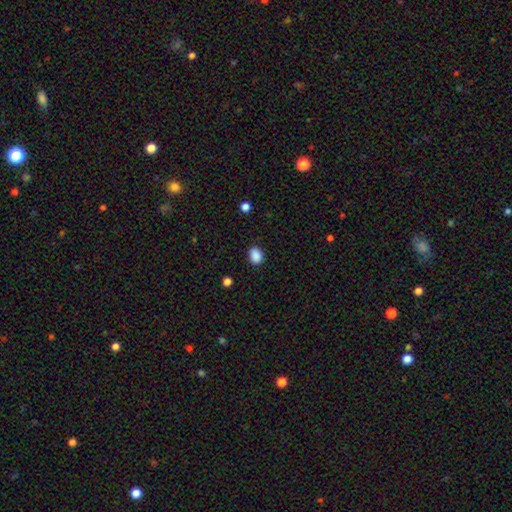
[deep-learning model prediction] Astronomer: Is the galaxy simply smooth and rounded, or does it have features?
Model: smooth — 88%.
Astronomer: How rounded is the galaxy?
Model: in between — 61% (runner-up: round, 38%).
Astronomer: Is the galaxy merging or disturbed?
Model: none — 86%.